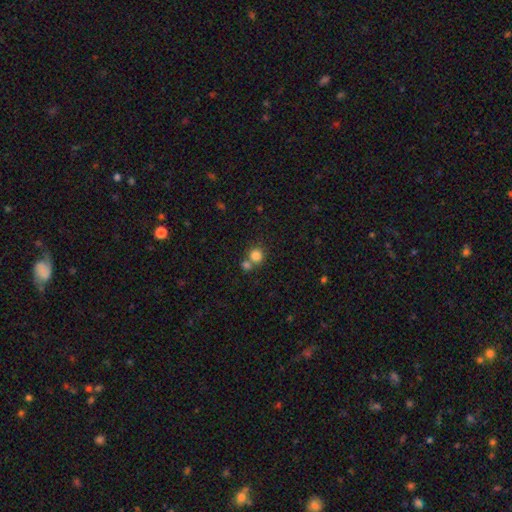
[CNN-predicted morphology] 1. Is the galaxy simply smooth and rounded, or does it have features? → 82% smooth, 11% star or artifact, 7% featured or disk.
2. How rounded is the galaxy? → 89% round, 10% in between, 1% cigar-shaped.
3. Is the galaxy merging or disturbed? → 56% none, 34% merger, 7% minor disturbance, 3% major disturbance.